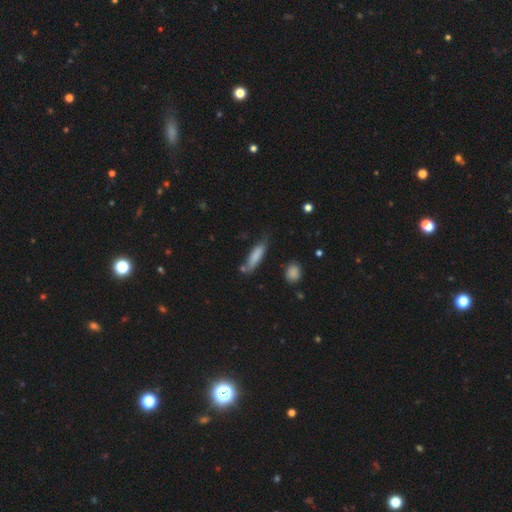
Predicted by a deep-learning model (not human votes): Smooth or featured: smooth — 80% (featured or disk — 13%)
How rounded: cigar-shaped — 68% (in between — 30%)
Merging: none — 58% (minor disturbance — 27%)